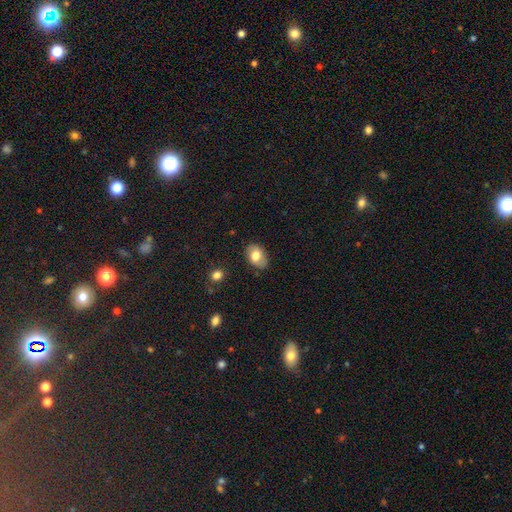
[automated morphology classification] Smooth or featured?
  - smooth: 77% *
  - featured or disk: 15%
  - star or artifact: 8%
How rounded?
  - in between: 84% *
  - round: 14%
  - cigar-shaped: 1%
Merging?
  - none: 80% *
  - minor disturbance: 15%
  - major disturbance: 3%
  - merger: 1%